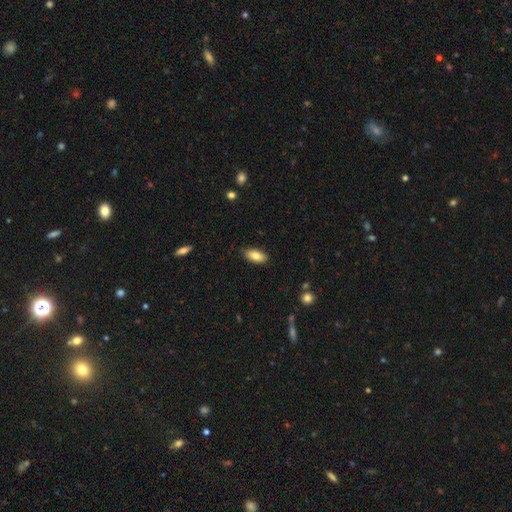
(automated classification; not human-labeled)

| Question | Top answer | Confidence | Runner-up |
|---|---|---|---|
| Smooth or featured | smooth | 82% | featured or disk (11%) |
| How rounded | in between | 88% | cigar-shaped (9%) |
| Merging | none | 86% | minor disturbance (11%) |